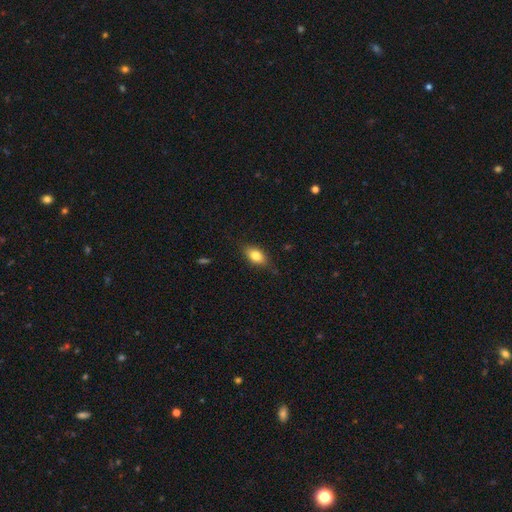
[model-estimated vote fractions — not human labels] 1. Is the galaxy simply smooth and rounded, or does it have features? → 78% smooth, 14% featured or disk, 8% star or artifact.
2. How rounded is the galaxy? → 84% in between, 9% round, 7% cigar-shaped.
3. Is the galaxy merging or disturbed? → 78% none, 17% minor disturbance, 4% major disturbance, 1% merger.